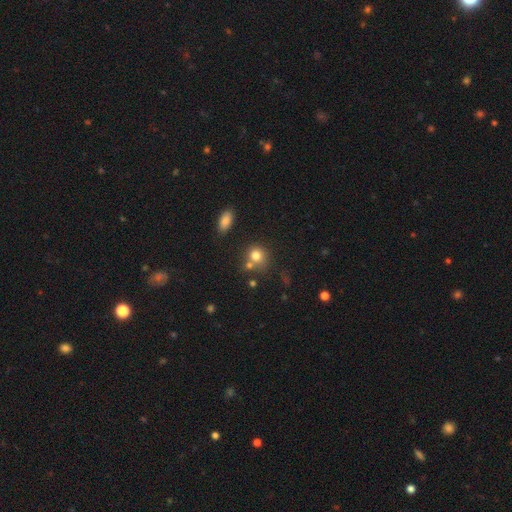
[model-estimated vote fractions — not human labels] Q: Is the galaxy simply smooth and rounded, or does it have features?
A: smooth — 78%.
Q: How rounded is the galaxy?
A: round — 77%.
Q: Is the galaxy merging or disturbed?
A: none — 55%.